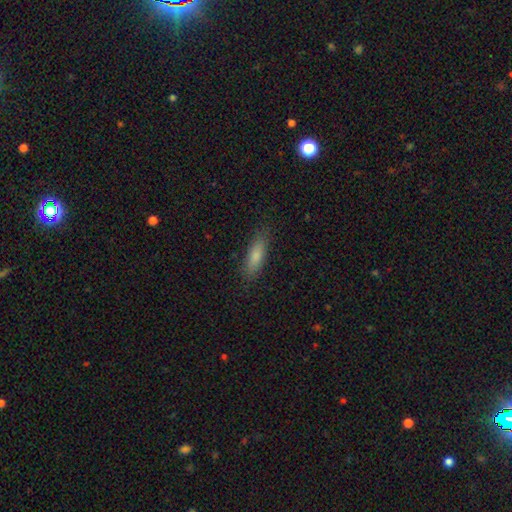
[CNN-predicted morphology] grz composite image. It shows a smooth galaxy with no disk features (81%) that is cigar-shaped (52%). Merging: none (84%).